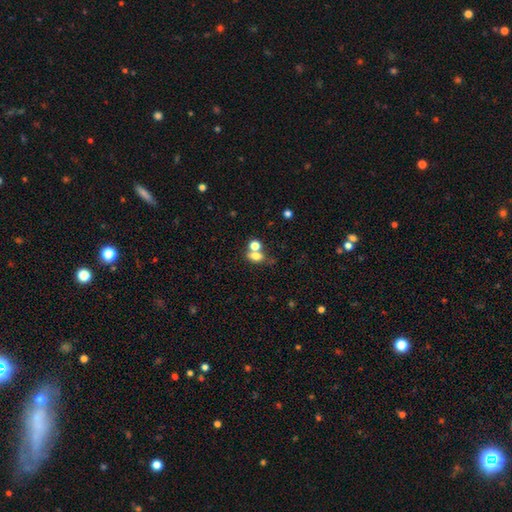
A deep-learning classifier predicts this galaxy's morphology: Overall: smooth (71%). How rounded: in between (65%; round 31%). Merging: merger (43%; none 40%).